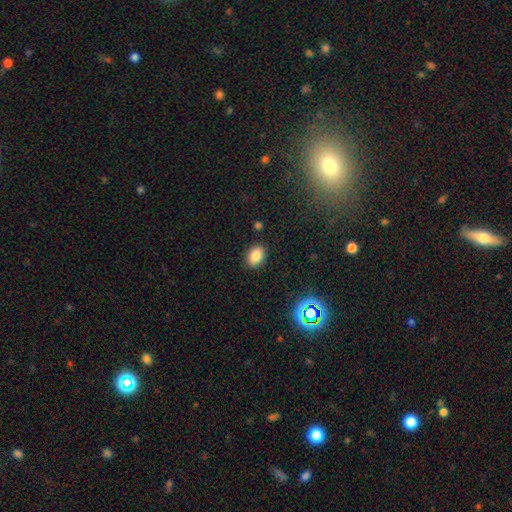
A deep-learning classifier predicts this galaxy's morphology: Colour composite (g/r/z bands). It shows a smooth galaxy with no disk features (84%) that is in between round and cigar-shaped (77%). Merging: none (88%).